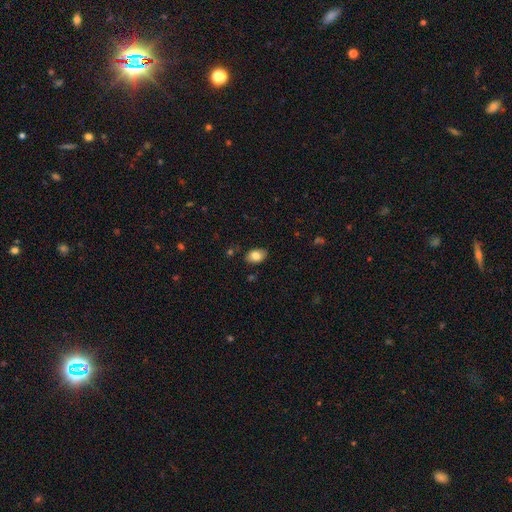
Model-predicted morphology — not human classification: A smooth galaxy with no disk features (81%) that is in between round and cigar-shaped (85%). Merging: none (83%).